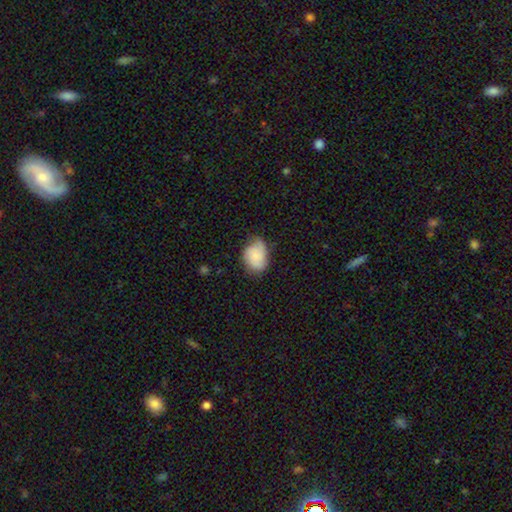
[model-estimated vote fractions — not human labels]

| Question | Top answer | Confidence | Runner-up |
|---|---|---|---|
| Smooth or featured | smooth | 71% | featured or disk (21%) |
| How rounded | in between | 70% | round (29%) |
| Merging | none | 51% | minor disturbance (37%) |